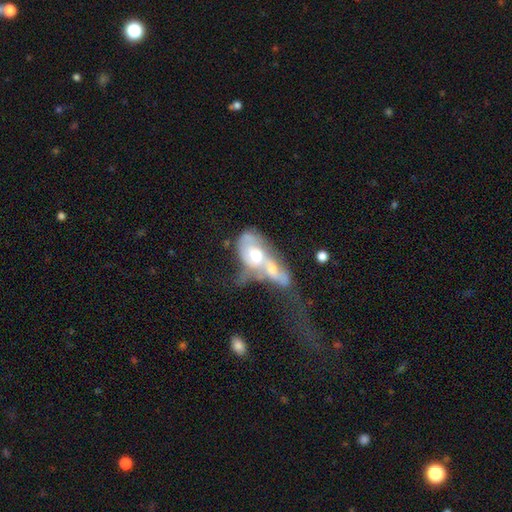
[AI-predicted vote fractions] Smooth or featured: featured or disk — 57% (smooth — 36%)
Edge-on disk: no — 92% (yes — 8%)
Bar: no — 77% (weak — 18%)
Spiral arms: no — 61% (yes — 39%)
Bulge size: moderate — 68% (large — 16%)
Merging: merger — 75% (major disturbance — 14%)